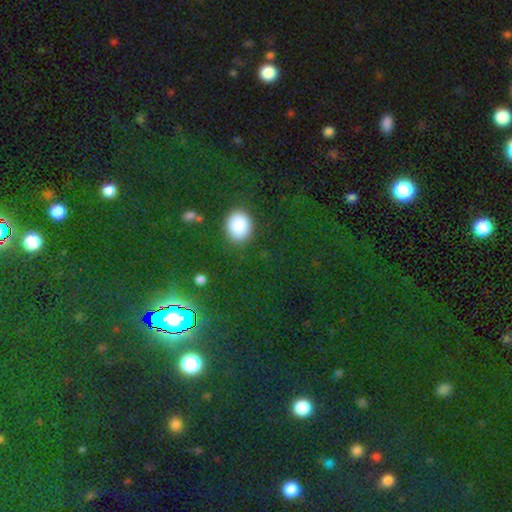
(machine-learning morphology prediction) A star or artifact, not a galaxy (47%).